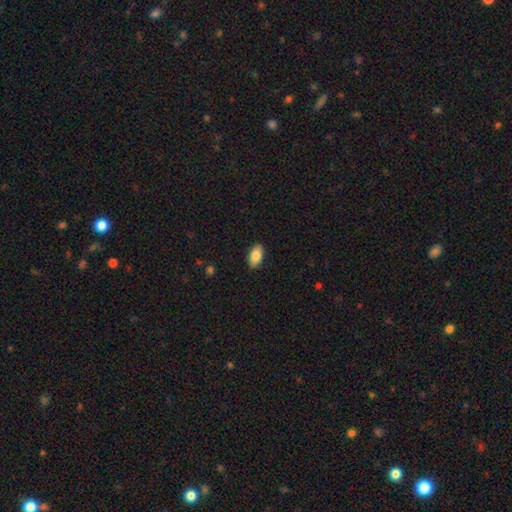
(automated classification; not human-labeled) Morphology: type=smooth (84%); roundness=in between (94%); merging=none (90%).